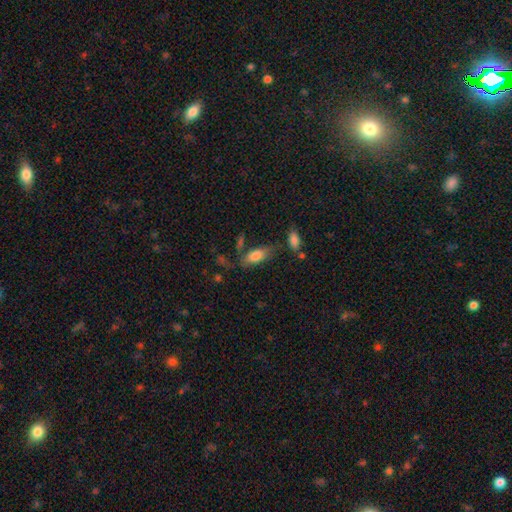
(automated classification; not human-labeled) Smooth or featured? smooth (79%)
How rounded? in between (82%)
Merging? none (63%)